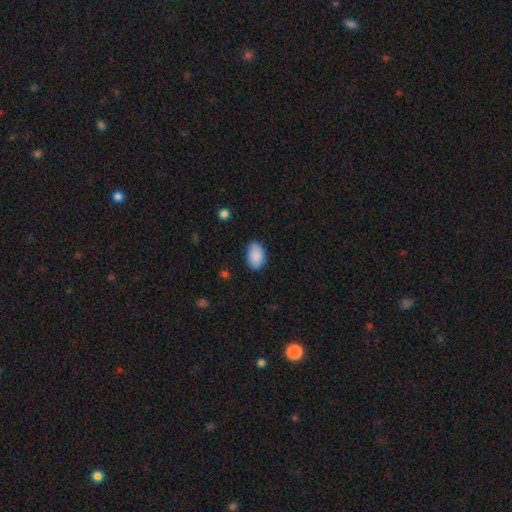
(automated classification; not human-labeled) Smooth or featured: smooth — 89% (star or artifact — 7%)
How rounded: in between — 88% (round — 10%)
Merging: none — 77% (minor disturbance — 19%)